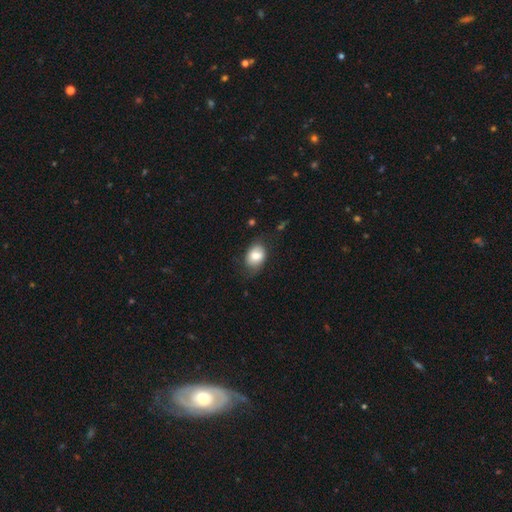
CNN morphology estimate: Q: Smooth or featured?
A: smooth (73%); runner-up: featured or disk (19%)
Q: How rounded?
A: in between (75%); runner-up: round (24%)
Q: Merging?
A: none (62%); runner-up: minor disturbance (26%)